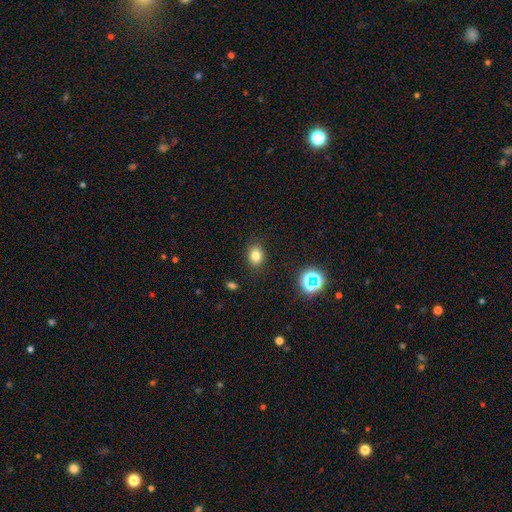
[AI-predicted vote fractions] The model was most divided on "how rounded": in between: 52%, round: 47%, cigar-shaped: 1%. More confident: merging — none (87%); smooth or featured — smooth (78%).